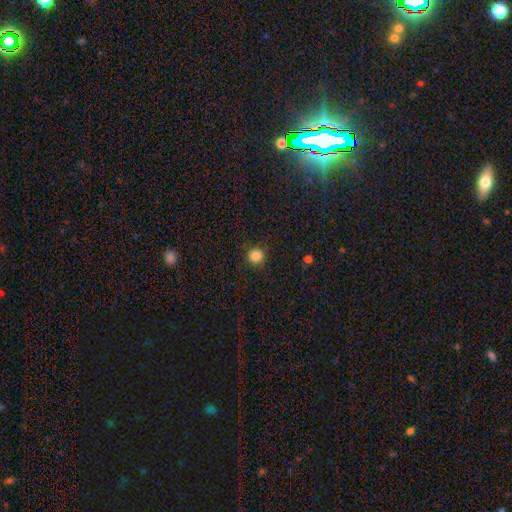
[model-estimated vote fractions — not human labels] A smooth galaxy with no disk features (85%) that is round (94%). Merging: none (89%).